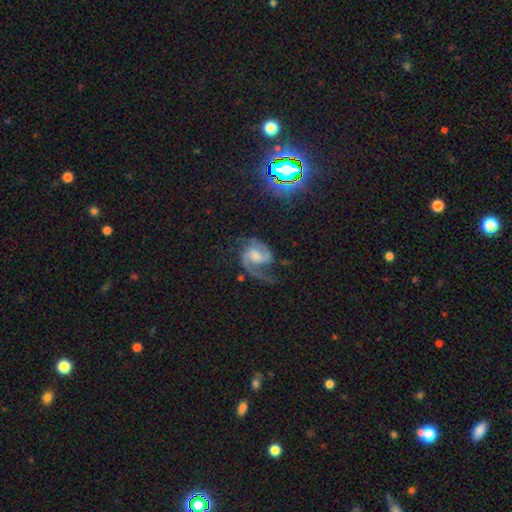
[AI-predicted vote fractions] Smooth or featured? Predicted: featured or disk (p=0.86). Edge-on disk? Predicted: no (p=0.98). Bar? Predicted: no (p=0.47). Spiral arms? Predicted: yes (p=0.97). Spiral winding? Predicted: medium (p=0.53). Spiral arm count? Predicted: 2 (p=0.83). Bulge size? Predicted: moderate (p=0.38). Merging? Predicted: none (p=0.54).